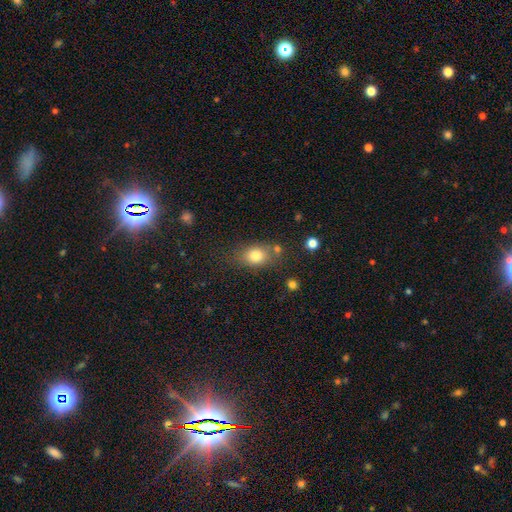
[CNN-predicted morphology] A smooth galaxy with no disk features (80%) that is in between round and cigar-shaped (65%).

Vote fractions:
- Smooth or featured? smooth: 80% / star or artifact: 10% / featured or disk: 10%
- How rounded? in between: 65% / round: 33% / cigar-shaped: 2%
- Merging? none: 66% / minor disturbance: 19% / merger: 9% / major disturbance: 7%